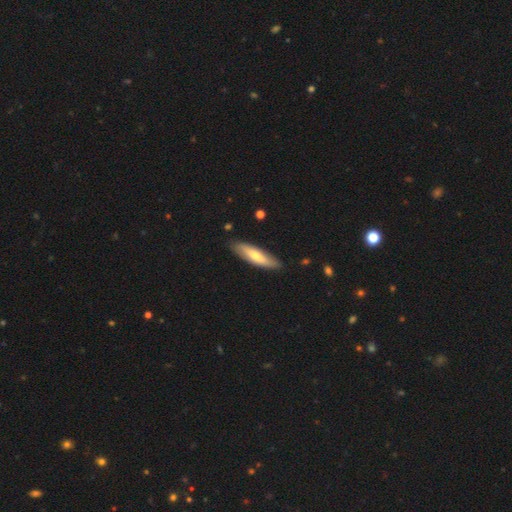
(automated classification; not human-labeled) Smooth or featured: smooth — 62% (featured or disk — 33%)
How rounded: cigar-shaped — 62% (in between — 36%)
Merging: none — 84% (minor disturbance — 12%)